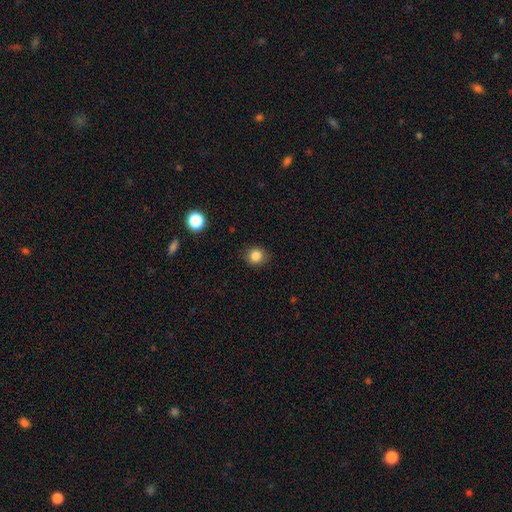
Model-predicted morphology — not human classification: A smooth galaxy with no disk features (84%) that is round (85%).

Vote fractions:
- Smooth or featured? smooth: 84% / star or artifact: 11% / featured or disk: 5%
- How rounded? round: 85% / in between: 14% / cigar-shaped: 1%
- Merging? none: 88% / minor disturbance: 9% / major disturbance: 2% / merger: 1%